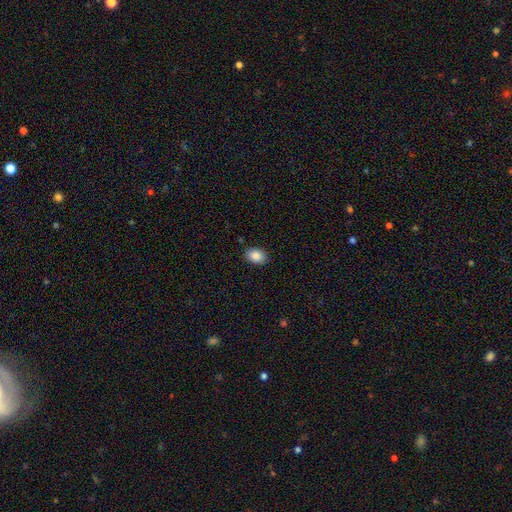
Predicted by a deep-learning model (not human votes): Smooth or featured?
  - smooth: 86% *
  - star or artifact: 8%
  - featured or disk: 6%
How rounded?
  - in between: 78% *
  - round: 21%
  - cigar-shaped: 1%
Merging?
  - none: 88% *
  - minor disturbance: 9%
  - major disturbance: 2%
  - merger: 1%